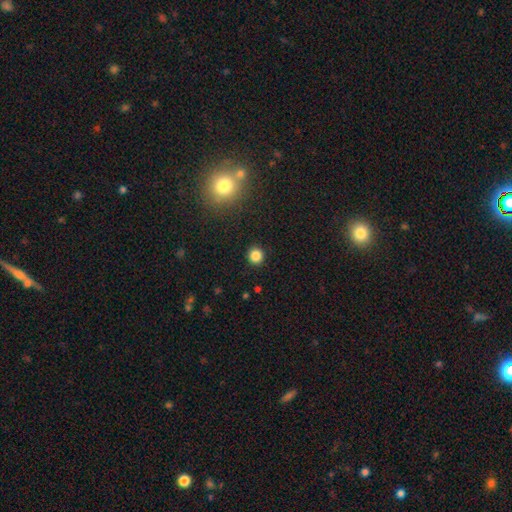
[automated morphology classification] A smooth galaxy with no disk features (84%) that is round (91%).

Vote fractions:
- Smooth or featured? smooth: 84% / star or artifact: 13% / featured or disk: 4%
- How rounded? round: 91% / in between: 8% / cigar-shaped: 1%
- Merging? none: 92% / minor disturbance: 5% / major disturbance: 2% / merger: 1%